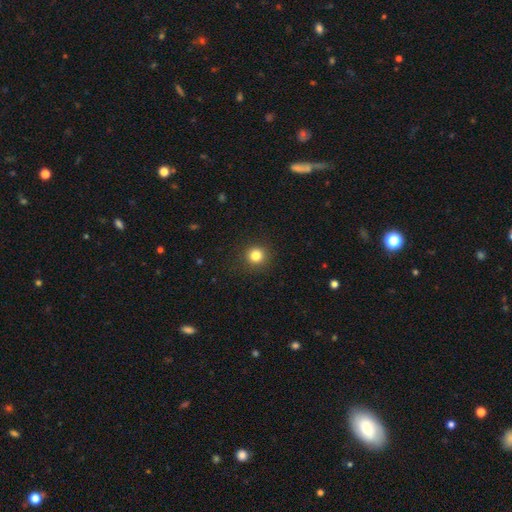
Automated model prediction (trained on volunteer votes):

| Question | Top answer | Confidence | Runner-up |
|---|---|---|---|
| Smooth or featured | smooth | 83% | star or artifact (12%) |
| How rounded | round | 94% | in between (5%) |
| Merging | none | 91% | minor disturbance (6%) |